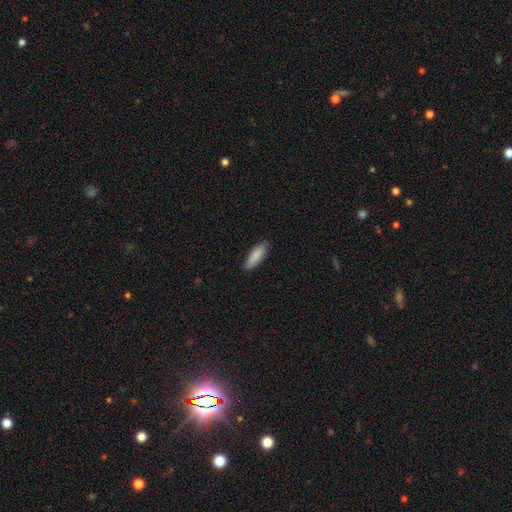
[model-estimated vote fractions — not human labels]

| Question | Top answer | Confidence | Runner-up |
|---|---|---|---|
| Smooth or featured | smooth | 86% | featured or disk (8%) |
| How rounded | cigar-shaped | 52% | in between (47%) |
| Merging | none | 86% | minor disturbance (11%) |